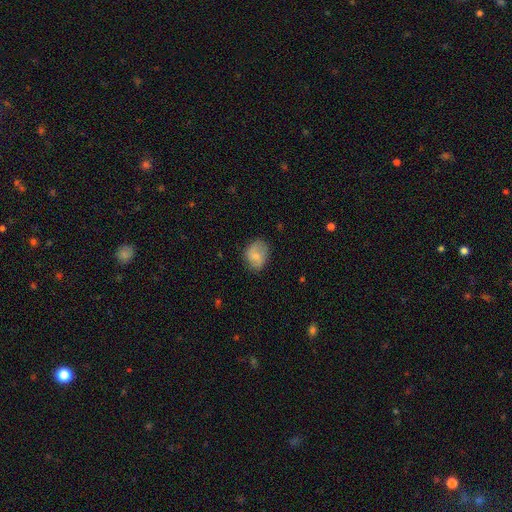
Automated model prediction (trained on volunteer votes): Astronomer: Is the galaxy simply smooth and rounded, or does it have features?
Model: smooth — 64%.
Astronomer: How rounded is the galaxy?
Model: in between — 57% (runner-up: round, 42%).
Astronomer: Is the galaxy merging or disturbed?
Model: none — 72%.